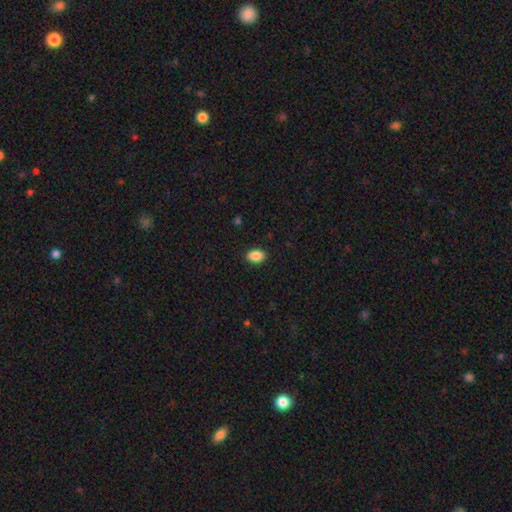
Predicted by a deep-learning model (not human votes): Smooth or featured?
  - smooth: 88% *
  - star or artifact: 8%
  - featured or disk: 4%
How rounded?
  - in between: 86% *
  - round: 12%
  - cigar-shaped: 1%
Merging?
  - none: 90% *
  - minor disturbance: 7%
  - major disturbance: 2%
  - merger: 1%